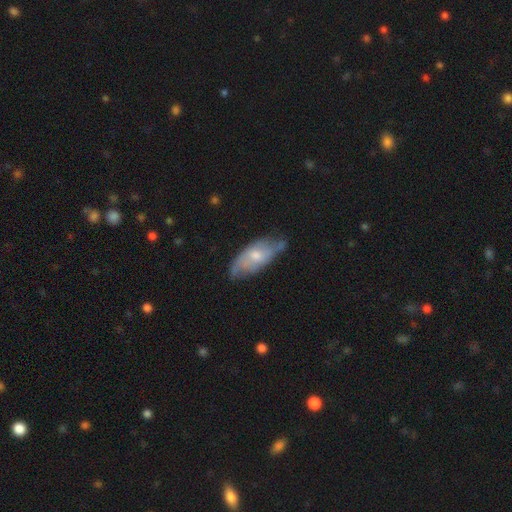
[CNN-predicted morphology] A featured or disk galaxy (54%).

Vote fractions:
- Smooth or featured? featured or disk: 54% / smooth: 39% / star or artifact: 7%
- Edge-on disk? no: 83% / yes: 17%
- Merging? none: 59% / minor disturbance: 31% / major disturbance: 8% / merger: 2%